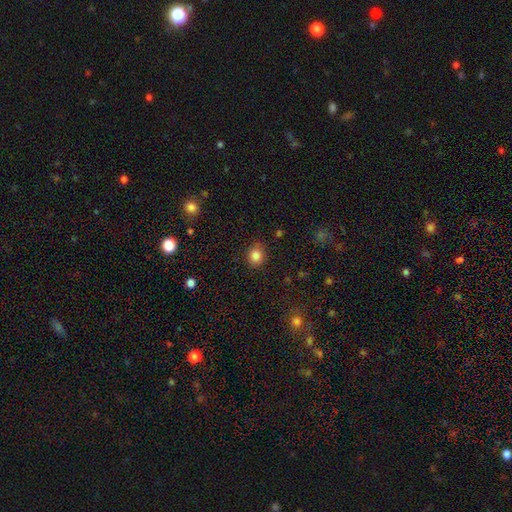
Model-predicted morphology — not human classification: Smooth or featured: smooth — 84% (star or artifact — 11%)
How rounded: round — 76% (in between — 23%)
Merging: none — 81% (minor disturbance — 14%)